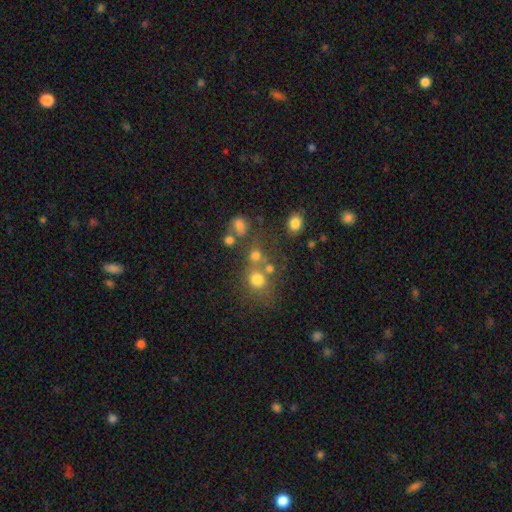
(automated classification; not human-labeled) Smooth or featured?
  - smooth: 70% *
  - star or artifact: 18%
  - featured or disk: 12%
How rounded?
  - round: 80% *
  - in between: 19%
  - cigar-shaped: 1%
Merging?
  - none: 51% *
  - merger: 31%
  - minor disturbance: 10%
  - major disturbance: 7%